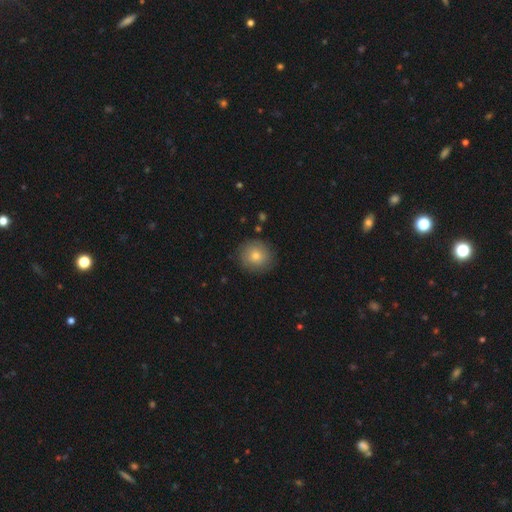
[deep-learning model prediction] Overall: smooth (73%). How rounded: round (89%). Merging: none (87%).